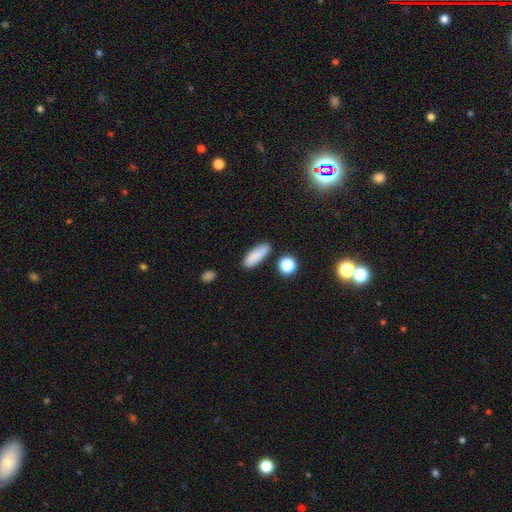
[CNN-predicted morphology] Q: Smooth or featured?
A: smooth (84%); runner-up: star or artifact (9%)
Q: How rounded?
A: in between (63%); runner-up: cigar-shaped (33%)
Q: Merging?
A: none (79%); runner-up: minor disturbance (13%)